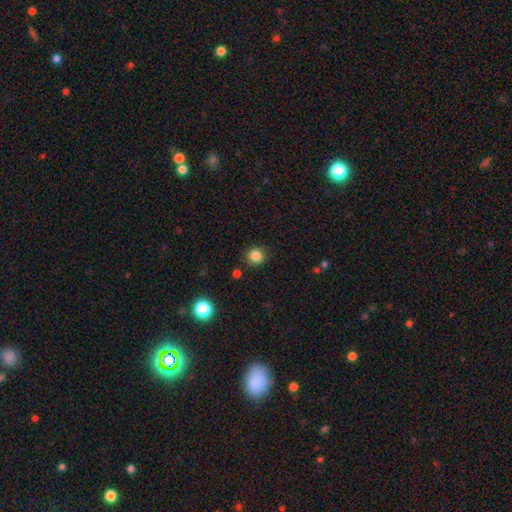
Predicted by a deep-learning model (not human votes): Smooth or featured? smooth (84%)
How rounded? round (85%)
Merging? none (86%)